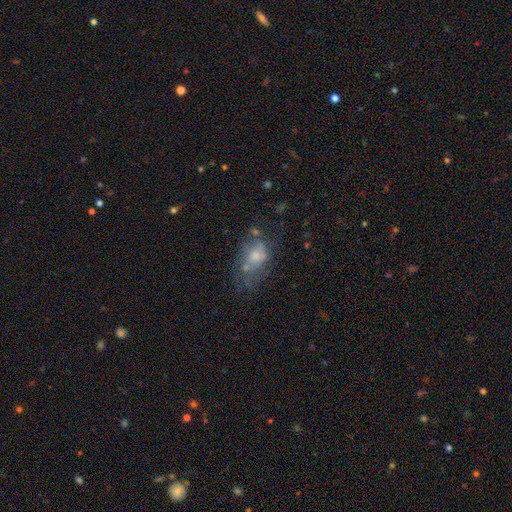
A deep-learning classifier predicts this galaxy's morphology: featured or disk 44%, smooth 42%, star or artifact 14%. Down the decision tree: merging — none (41%).